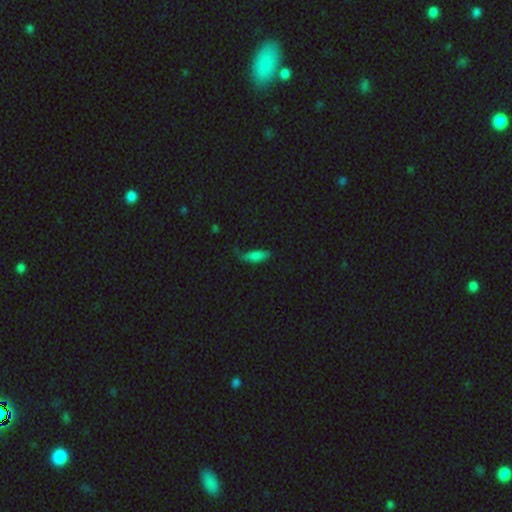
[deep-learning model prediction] The model was most divided on "how rounded": in between: 58%, cigar-shaped: 39%, round: 3%. More confident: smooth or featured — smooth (79%); merging — none (60%).